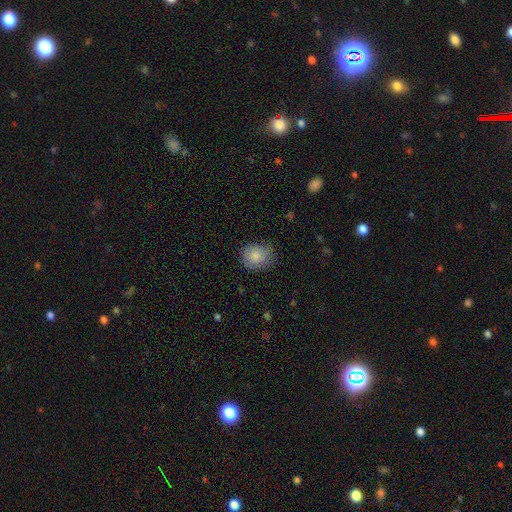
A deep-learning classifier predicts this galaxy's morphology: Smooth or featured? smooth (83%)
How rounded? round (69%)
Merging? none (69%)